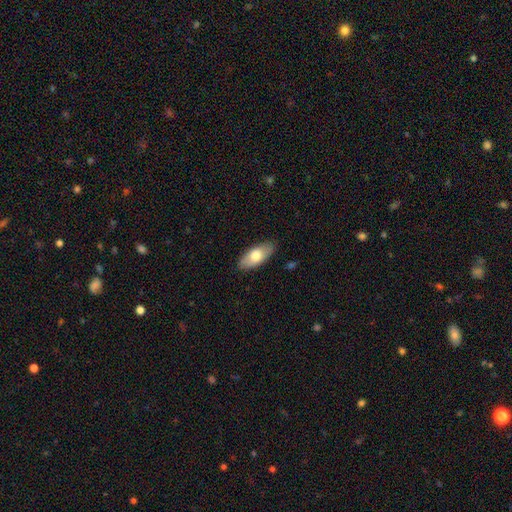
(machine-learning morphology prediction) Smooth or featured? Predicted: smooth (p=0.70). How rounded? Predicted: in between (p=0.86). Merging? Predicted: none (p=0.86).